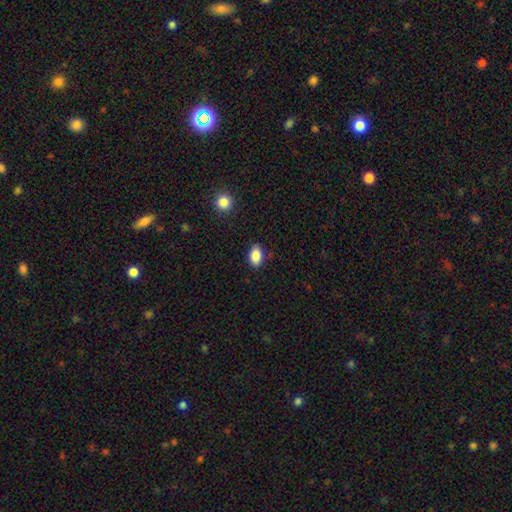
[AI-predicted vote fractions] smooth_or_featured: smooth (p=0.87) [alt: star or artifact p=0.08]
how_rounded: in between (p=0.85) [alt: round p=0.14]
merging: none (p=0.84) [alt: minor disturbance p=0.12]